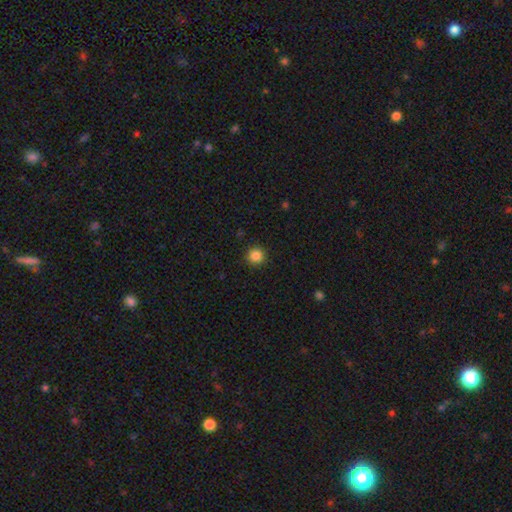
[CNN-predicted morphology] A smooth galaxy with no disk features (85%) that is round (95%). Merging: none (92%).